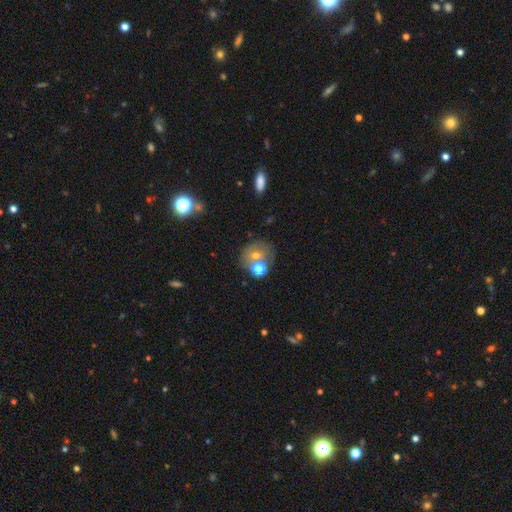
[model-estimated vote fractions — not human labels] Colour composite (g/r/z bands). It shows a smooth galaxy with no disk features (55%) that is round (75%). Merging: none (54%).